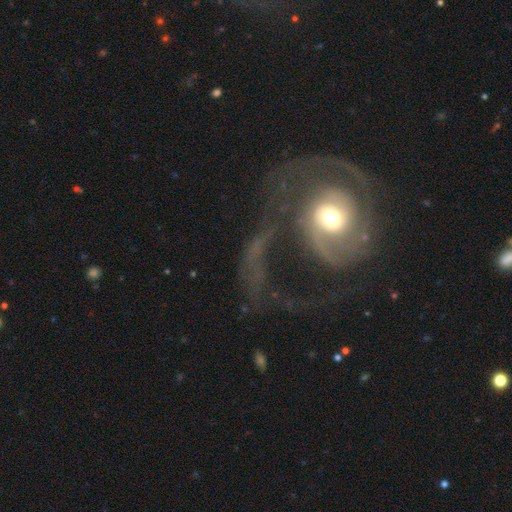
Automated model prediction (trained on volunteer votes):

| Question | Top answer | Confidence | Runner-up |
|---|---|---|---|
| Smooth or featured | featured or disk | 78% | smooth (14%) |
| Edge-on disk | no | 97% | yes (3%) |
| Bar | no | 67% | weak (23%) |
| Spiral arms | yes | 81% | no (19%) |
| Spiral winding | medium | 38% | tight (31%) |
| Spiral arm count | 2 | 42% | 1 (28%) |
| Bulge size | moderate | 66% | small (16%) |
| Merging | major disturbance | 53% | none (29%) |